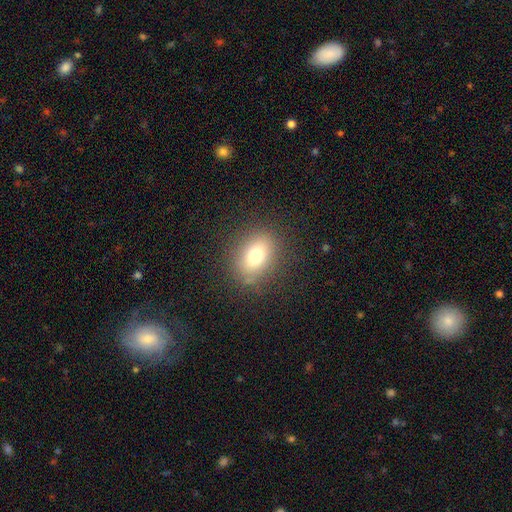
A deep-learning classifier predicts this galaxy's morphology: A smooth galaxy with no disk features (74%) that is in between round and cigar-shaped (65%). Merging: none (83%).